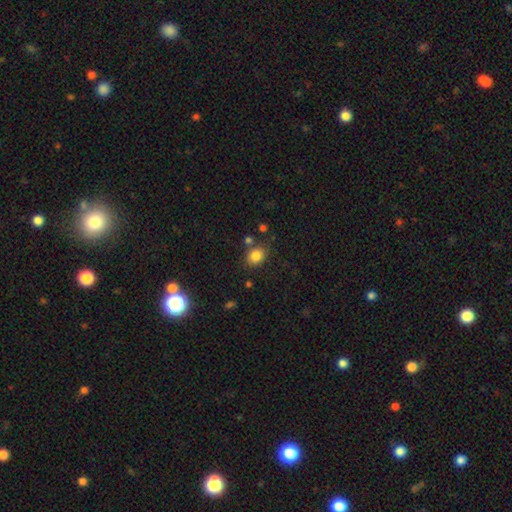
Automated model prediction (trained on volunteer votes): A smooth galaxy with no disk features (82%) that is round (50%). Merging: none (75%).